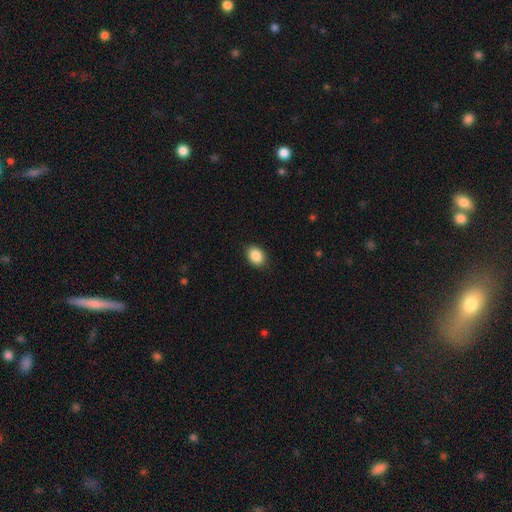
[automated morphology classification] A smooth galaxy with no disk features (89%) that is in between round and cigar-shaped (71%). Merging: none (88%).